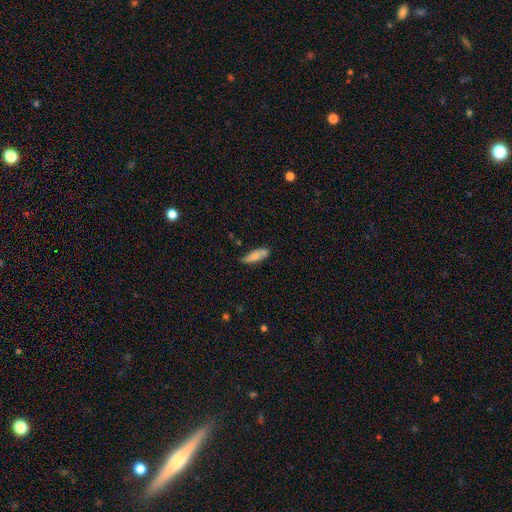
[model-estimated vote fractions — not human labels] This appears to be a smooth galaxy with no disk features (77%) that is in between round and cigar-shaped (51%). Merging: none (63%).